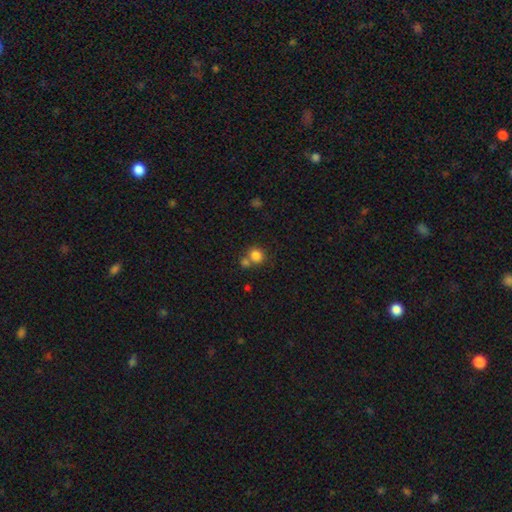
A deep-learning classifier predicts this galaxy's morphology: smooth 82%, star or artifact 11%, featured or disk 7%. Down the decision tree: how rounded — round (79%); merging — none (51%).